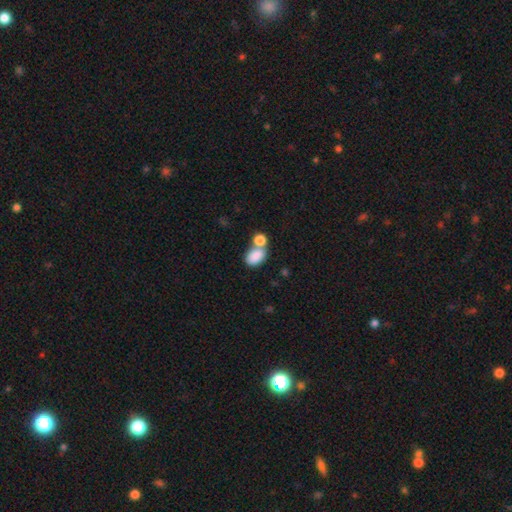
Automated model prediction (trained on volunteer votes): Smooth or featured? smooth (85%)
How rounded? in between (84%)
Merging? merger (48%)